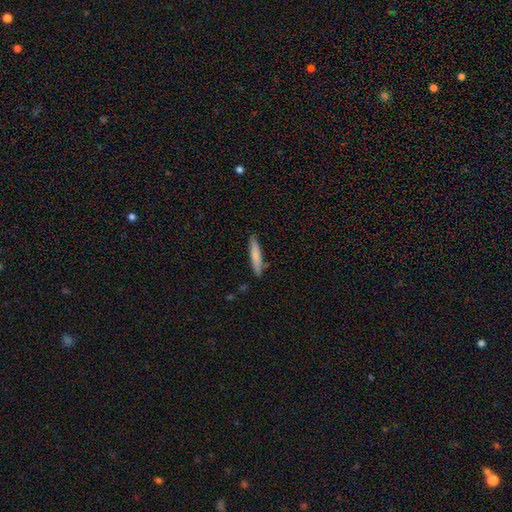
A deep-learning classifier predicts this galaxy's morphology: Smooth or featured?
  - smooth: 77% *
  - featured or disk: 17%
  - star or artifact: 6%
How rounded?
  - cigar-shaped: 89% *
  - in between: 9%
  - round: 1%
Merging?
  - none: 83% *
  - minor disturbance: 12%
  - merger: 3%
  - major disturbance: 2%